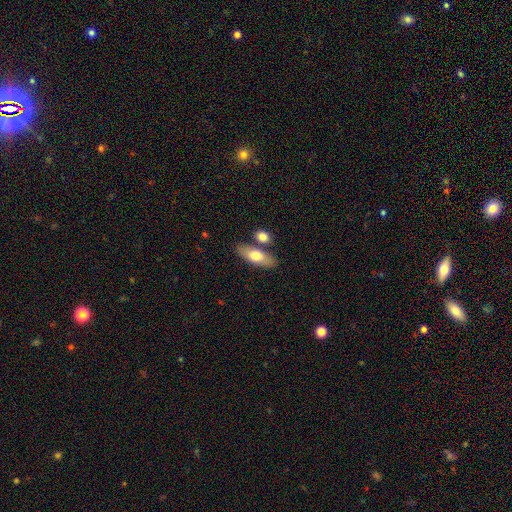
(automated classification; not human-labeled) This appears to be a smooth galaxy with no disk features (69%) that is in between round and cigar-shaped (70%). Merging: none (69%).